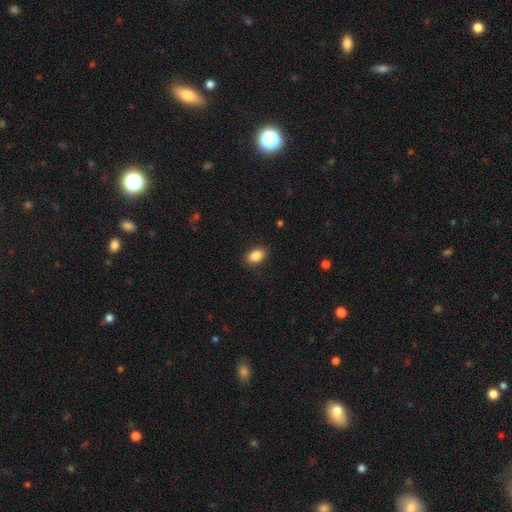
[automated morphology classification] A smooth galaxy with no disk features (87%) that is in between round and cigar-shaped (87%). Merging: none (87%).